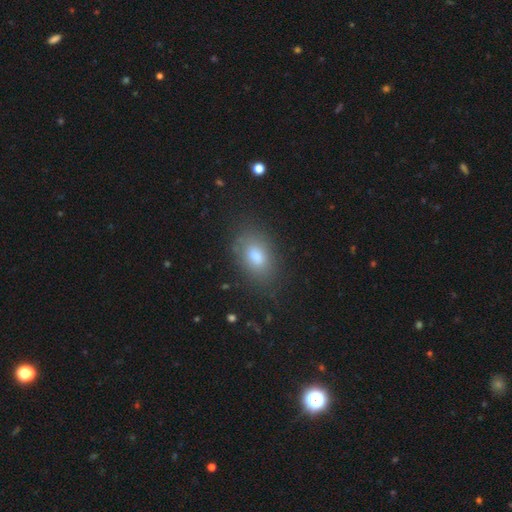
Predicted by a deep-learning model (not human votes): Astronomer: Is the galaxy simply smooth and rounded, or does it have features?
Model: smooth — 77%.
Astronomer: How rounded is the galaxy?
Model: in between — 87%.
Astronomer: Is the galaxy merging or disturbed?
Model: none — 79%.